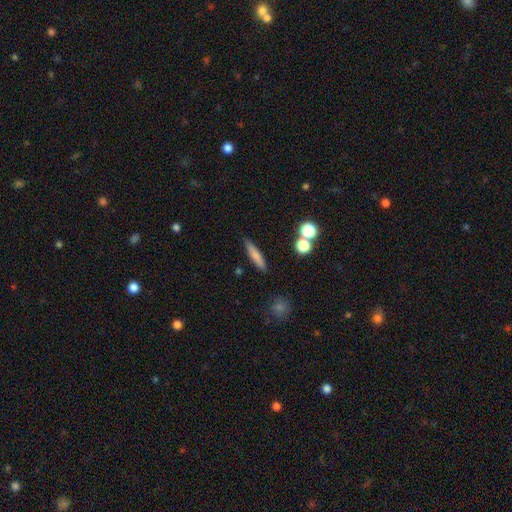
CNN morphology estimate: A smooth galaxy with no disk features (74%) that is cigar-shaped (86%).

Vote fractions:
- Smooth or featured? smooth: 74% / featured or disk: 18% / star or artifact: 8%
- How rounded? cigar-shaped: 86% / in between: 11% / round: 3%
- Merging? none: 86% / minor disturbance: 8% / merger: 4% / major disturbance: 2%